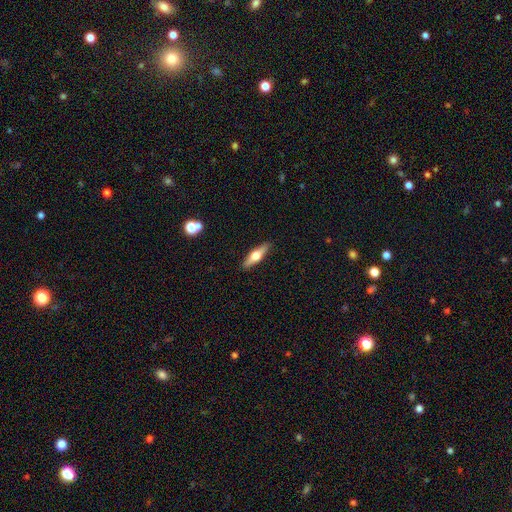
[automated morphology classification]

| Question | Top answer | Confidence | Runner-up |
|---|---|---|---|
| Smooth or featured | featured or disk | 53% | smooth (41%) |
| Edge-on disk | yes | 93% | no (7%) |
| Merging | none | 90% | minor disturbance (7%) |